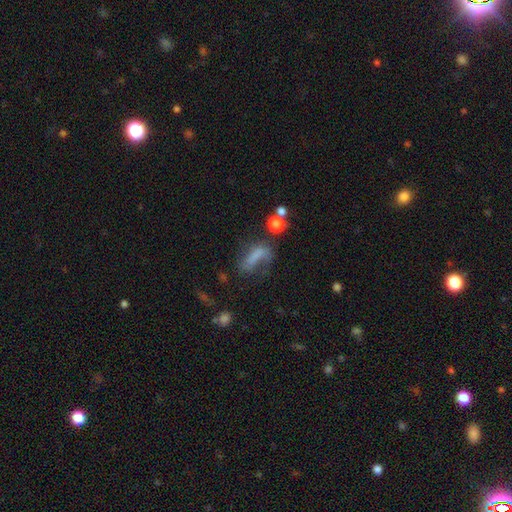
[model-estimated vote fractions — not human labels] Smooth or featured? smooth (55%)
How rounded? in between (54%)
Merging? major disturbance (36%)